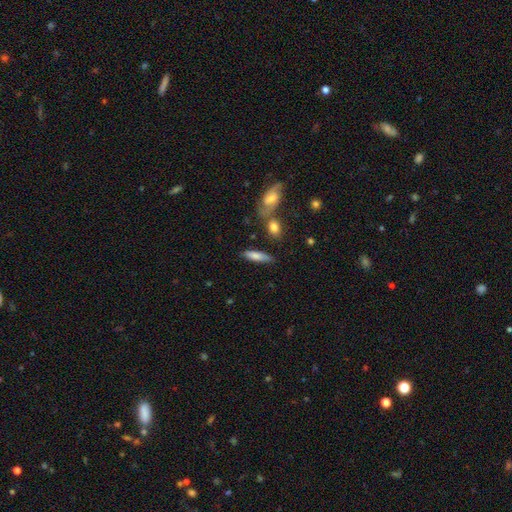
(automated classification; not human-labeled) The model was most divided on "how rounded": cigar-shaped: 62%, in between: 36%, round: 2%. More confident: merging — none (73%); smooth or featured — smooth (73%).